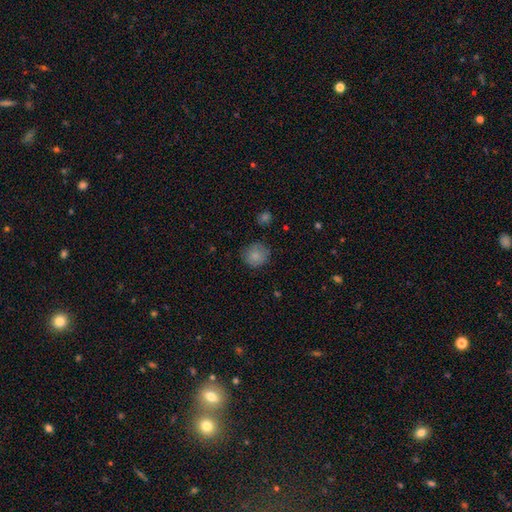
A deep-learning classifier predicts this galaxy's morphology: A smooth galaxy with no disk features (83%) that is round (86%).

Vote fractions:
- Smooth or featured? smooth: 83% / star or artifact: 9% / featured or disk: 8%
- How rounded? round: 86% / in between: 14% / cigar-shaped: 1%
- Merging? none: 80% / minor disturbance: 15% / major disturbance: 4% / merger: 1%